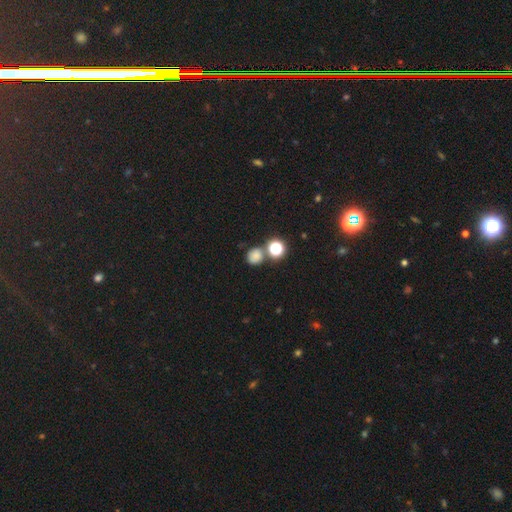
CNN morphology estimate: This is likely a smooth galaxy (74%). How rounded: clearly round (83%). Merging: likely none (66%).